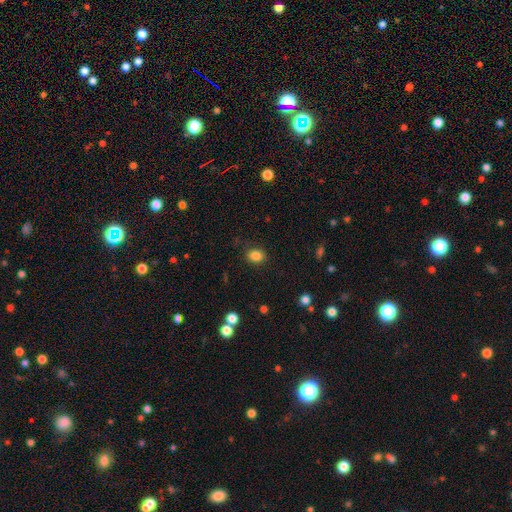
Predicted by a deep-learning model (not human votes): The model was most divided on "how rounded": in between: 52%, round: 47%, cigar-shaped: 1%. More confident: merging — none (85%); smooth or featured — smooth (84%).